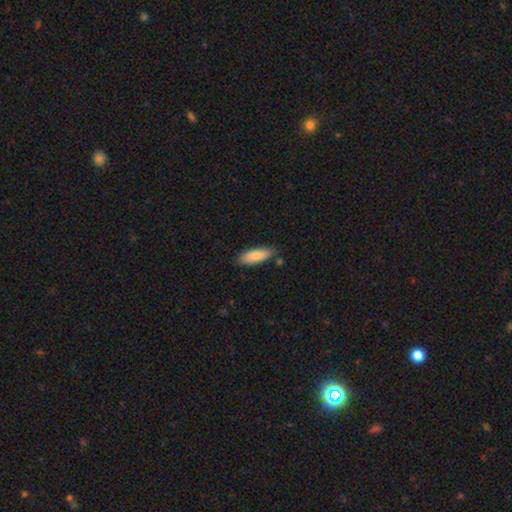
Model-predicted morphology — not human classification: This is clearly a smooth galaxy (82%). How rounded: likely in between (61%). Merging: clearly none (82%).